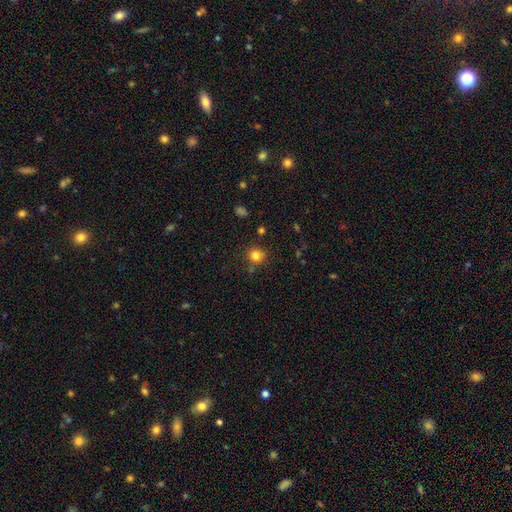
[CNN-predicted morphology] A smooth galaxy with no disk features (81%) that is round (88%). Merging: none (80%).